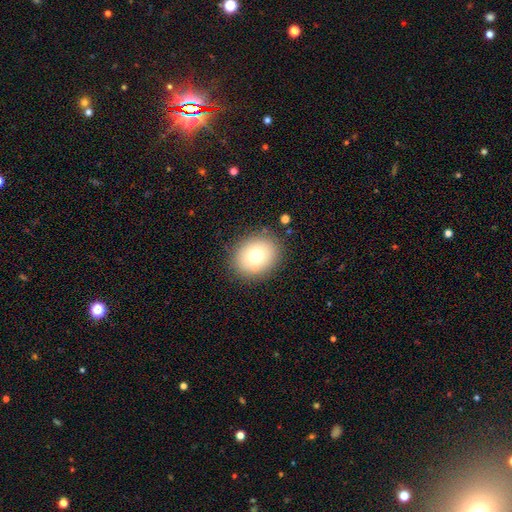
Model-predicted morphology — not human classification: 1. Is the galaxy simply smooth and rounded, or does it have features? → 73% smooth, 15% featured or disk, 12% star or artifact.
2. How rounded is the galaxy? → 65% round, 35% in between, 1% cigar-shaped.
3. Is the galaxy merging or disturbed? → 85% none, 10% minor disturbance, 4% major disturbance, 2% merger.